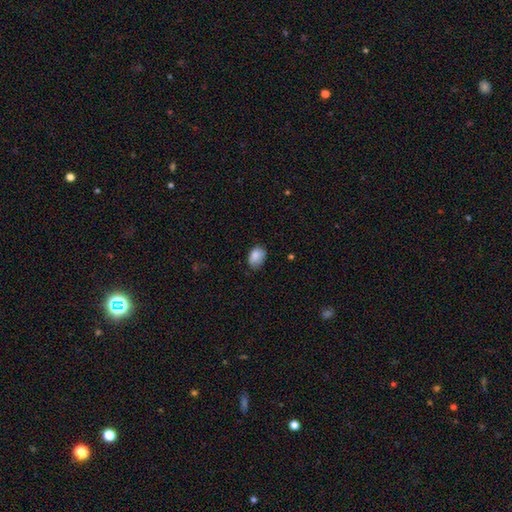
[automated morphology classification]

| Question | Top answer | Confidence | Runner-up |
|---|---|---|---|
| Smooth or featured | smooth | 84% | featured or disk (8%) |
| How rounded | in between | 78% | round (21%) |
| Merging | none | 63% | minor disturbance (29%) |